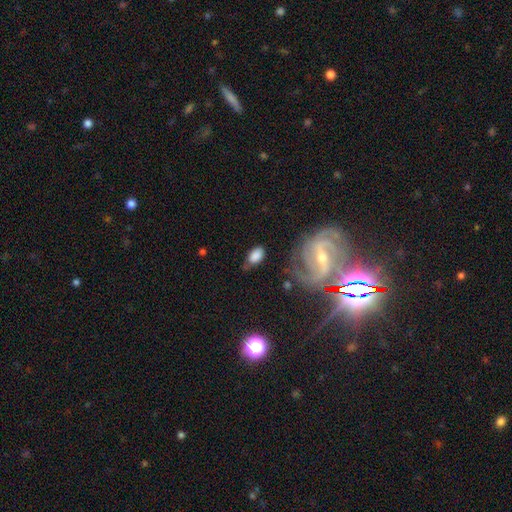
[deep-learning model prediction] This is likely a smooth galaxy (69%). How rounded: clearly in between (89%). Merging: likely none (62%).